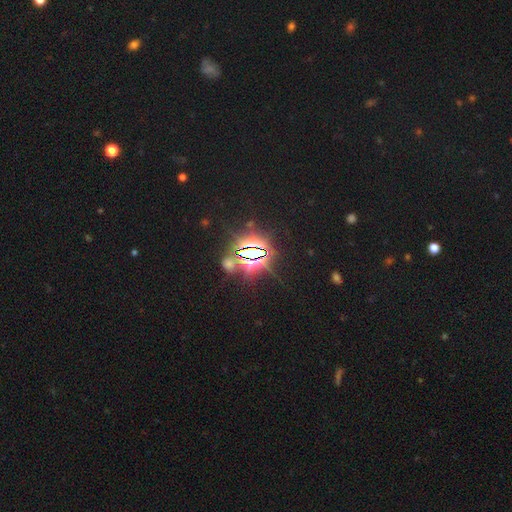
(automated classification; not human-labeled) This is clearly a star or artifact rather than a galaxy (83%).